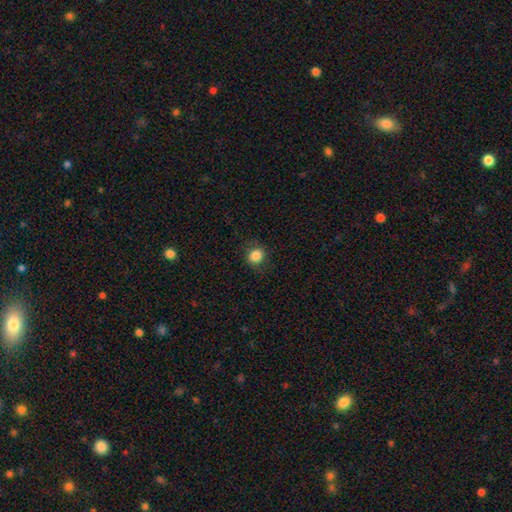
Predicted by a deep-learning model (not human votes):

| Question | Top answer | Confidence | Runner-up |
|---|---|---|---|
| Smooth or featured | smooth | 85% | star or artifact (10%) |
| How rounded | round | 80% | in between (19%) |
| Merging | none | 84% | minor disturbance (11%) |